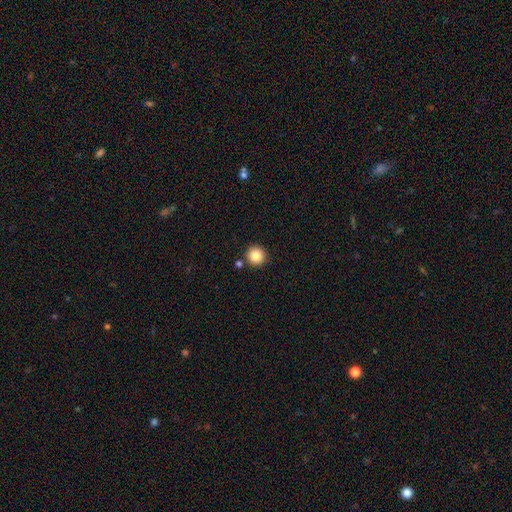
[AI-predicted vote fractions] Smooth or featured?
  - smooth: 85% *
  - star or artifact: 10%
  - featured or disk: 5%
How rounded?
  - round: 95% *
  - in between: 4%
  - cigar-shaped: 1%
Merging?
  - none: 86% *
  - minor disturbance: 6%
  - merger: 6%
  - major disturbance: 2%